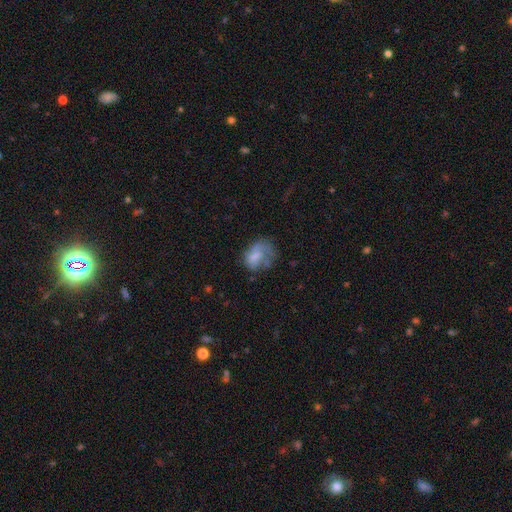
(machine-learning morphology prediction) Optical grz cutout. It shows a smooth galaxy with no disk features (52%) that is in between round and cigar-shaped (60%). Merging: none (36%).